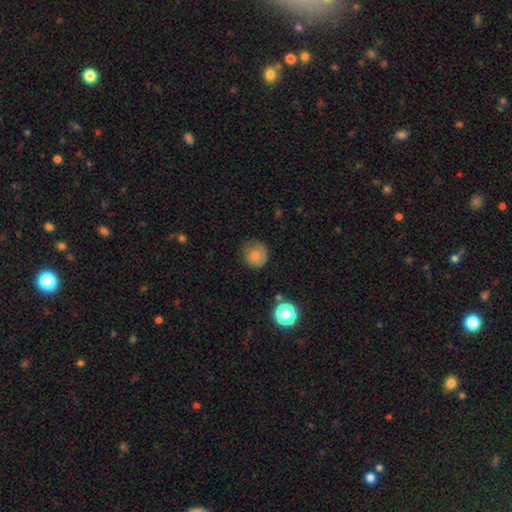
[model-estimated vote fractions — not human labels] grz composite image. It shows a smooth galaxy with no disk features (76%) that is round (90%). Merging: none (68%).